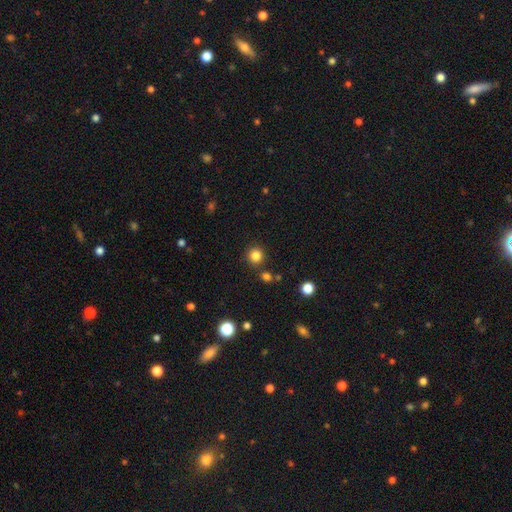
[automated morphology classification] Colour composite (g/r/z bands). It shows a smooth galaxy with no disk features (83%) that is round (93%). Merging: none (86%).